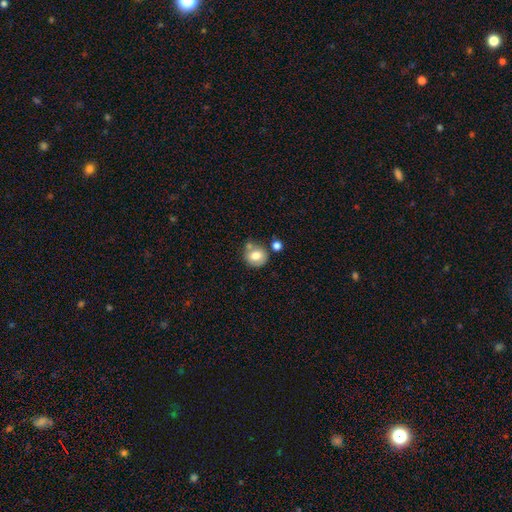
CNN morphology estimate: Smooth or featured? smooth (75%)
How rounded? round (81%)
Merging? none (57%)